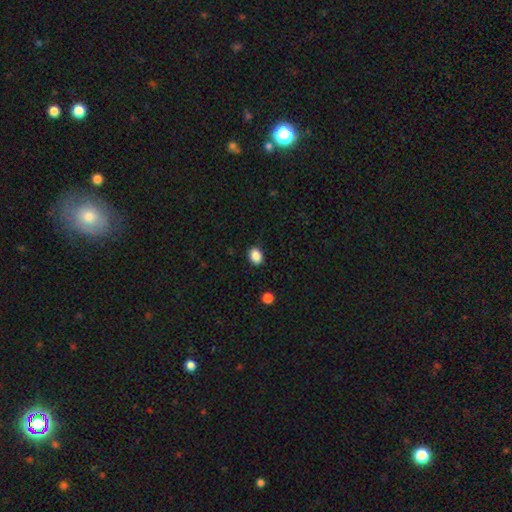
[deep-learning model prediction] smooth_or_featured: smooth (p=0.88) [alt: star or artifact p=0.09]
how_rounded: in between (p=0.64) [alt: round p=0.35]
merging: none (p=0.87) [alt: minor disturbance p=0.10]